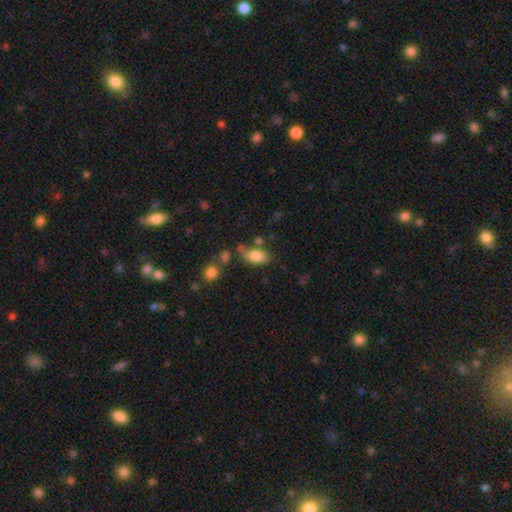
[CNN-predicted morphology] Q: Smooth or featured?
A: smooth (81%); runner-up: featured or disk (11%)
Q: How rounded?
A: in between (91%); runner-up: round (5%)
Q: Merging?
A: none (63%); runner-up: minor disturbance (18%)